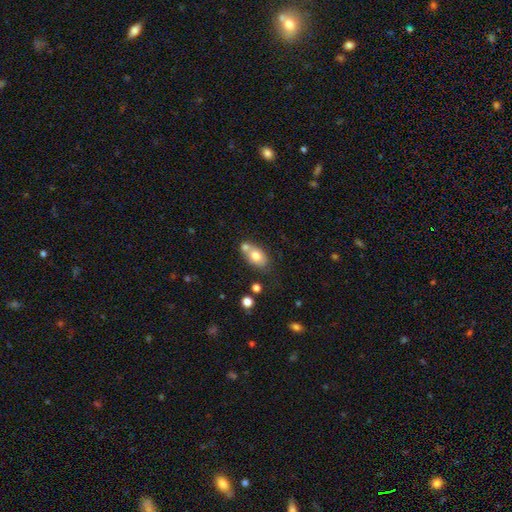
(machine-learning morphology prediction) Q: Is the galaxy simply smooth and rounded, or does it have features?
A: smooth — 72%.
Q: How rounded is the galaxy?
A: in between — 81%.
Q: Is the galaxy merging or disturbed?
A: none — 43%.